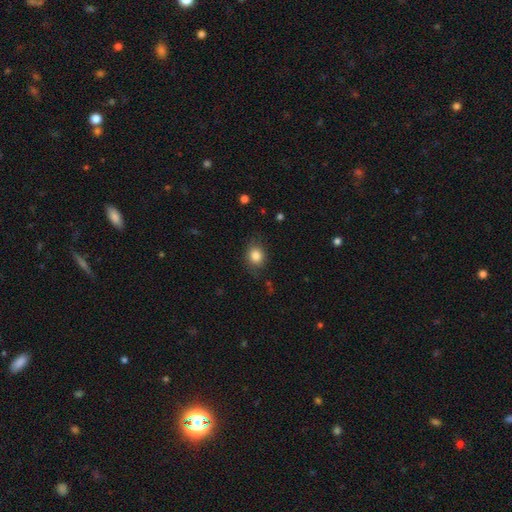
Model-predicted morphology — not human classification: smooth 84%, star or artifact 10%, featured or disk 6%. Down the decision tree: how rounded — round (61%); merging — none (79%).